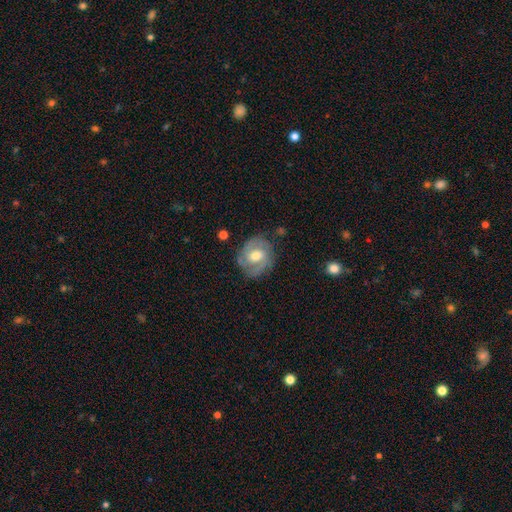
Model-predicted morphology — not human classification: This appears to be a featured or disk galaxy (71%) with no bar (46%), 2 (66%) tight (46%) spiral arms (88%) and a moderate central bulge (71%). Merging: none (76%).